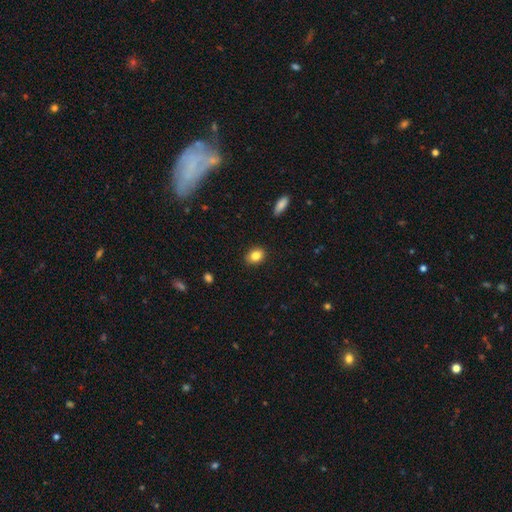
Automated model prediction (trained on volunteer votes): A smooth galaxy with no disk features (84%) that is in between round and cigar-shaped (55%).

Vote fractions:
- Smooth or featured? smooth: 84% / star or artifact: 9% / featured or disk: 7%
- How rounded? in between: 55% / round: 44% / cigar-shaped: 1%
- Merging? none: 88% / minor disturbance: 9% / major disturbance: 2% / merger: 1%